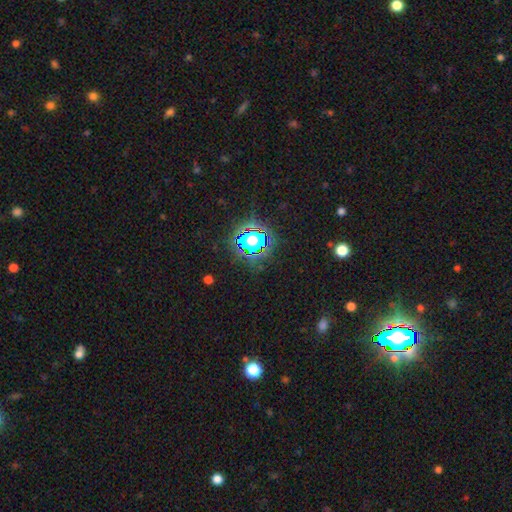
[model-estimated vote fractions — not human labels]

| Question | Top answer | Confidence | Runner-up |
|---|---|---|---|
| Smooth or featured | star or artifact | 80% | smooth (13%) |